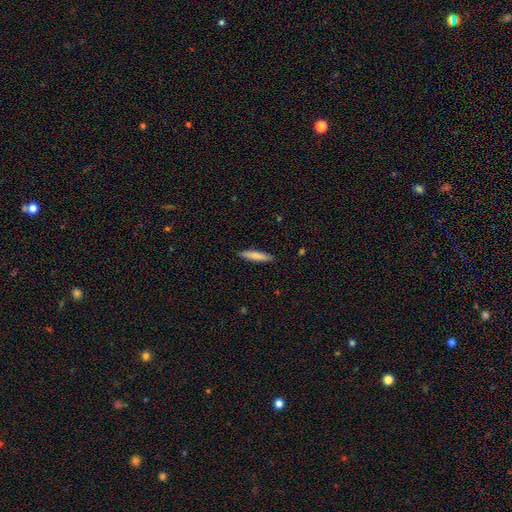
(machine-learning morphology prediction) This is likely a smooth galaxy (78%). How rounded: clearly cigar-shaped (89%). Merging: clearly none (90%).